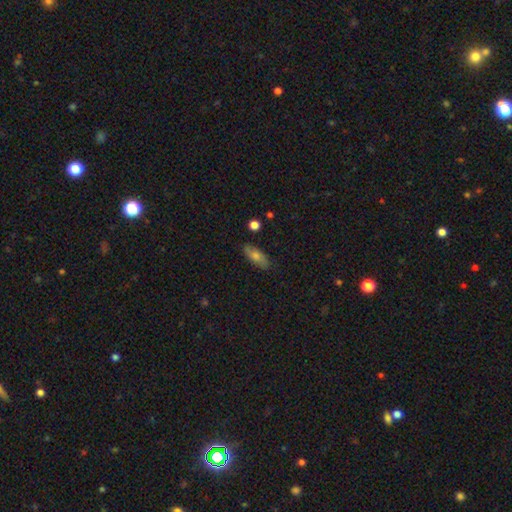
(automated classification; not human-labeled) Q: Smooth or featured?
A: smooth (65%); runner-up: featured or disk (25%)
Q: How rounded?
A: in between (72%); runner-up: cigar-shaped (24%)
Q: Merging?
A: none (85%); runner-up: minor disturbance (11%)